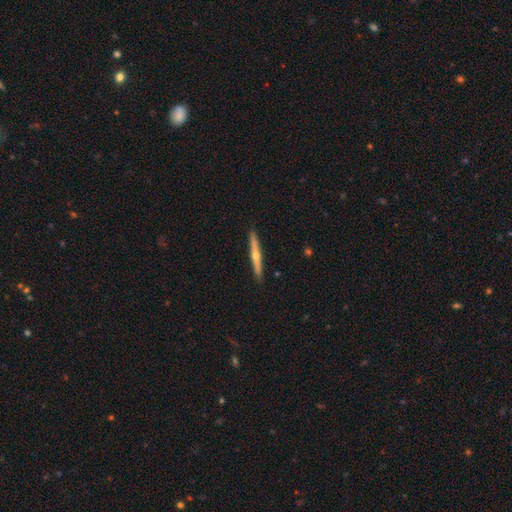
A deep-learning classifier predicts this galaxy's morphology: Smooth or featured? Predicted: featured or disk (p=0.70). Edge-on disk? Predicted: yes (p=0.97). Edge-on bulge? Predicted: rounded (p=0.89). Merging? Predicted: none (p=0.92).